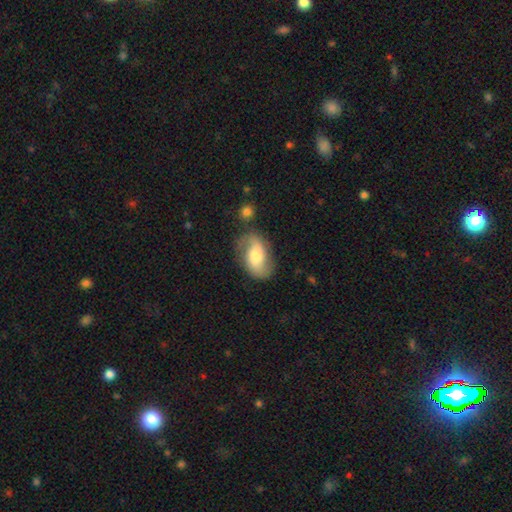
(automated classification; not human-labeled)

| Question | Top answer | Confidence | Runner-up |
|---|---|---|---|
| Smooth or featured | featured or disk | 62% | smooth (31%) |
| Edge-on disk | no | 96% | yes (4%) |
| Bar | no | 48% | weak (39%) |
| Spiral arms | yes | 89% | no (11%) |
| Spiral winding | loose | 56% | medium (33%) |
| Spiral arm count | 2 | 89% | can't tell (5%) |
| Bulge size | moderate | 54% | small (24%) |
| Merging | none | 70% | minor disturbance (19%) |